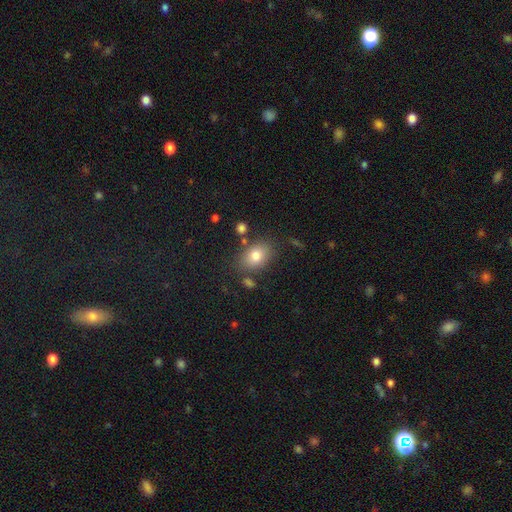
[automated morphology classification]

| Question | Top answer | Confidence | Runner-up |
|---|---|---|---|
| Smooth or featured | smooth | 79% | featured or disk (11%) |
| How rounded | in between | 75% | round (24%) |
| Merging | none | 76% | minor disturbance (13%) |